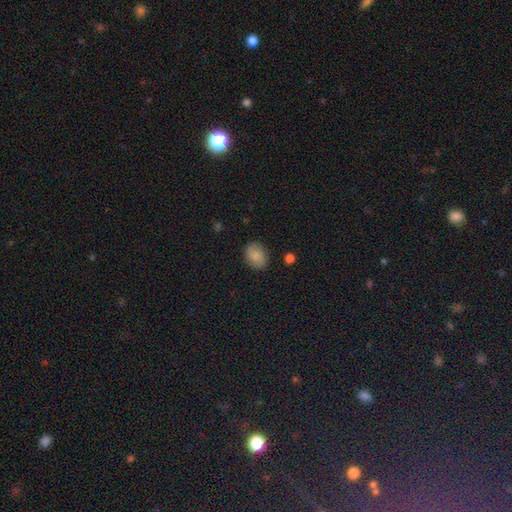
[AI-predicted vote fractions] A smooth galaxy with no disk features (81%) that is in between round and cigar-shaped (54%).

Vote fractions:
- Smooth or featured? smooth: 81% / featured or disk: 11% / star or artifact: 8%
- How rounded? in between: 54% / round: 45% / cigar-shaped: 1%
- Merging? none: 85% / minor disturbance: 11% / major disturbance: 3% / merger: 1%